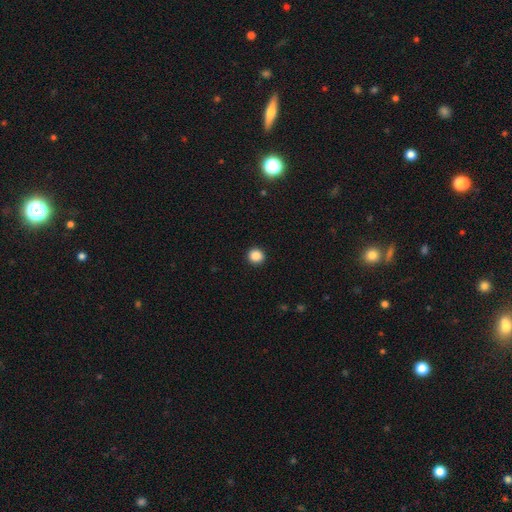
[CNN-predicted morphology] Smooth or featured: smooth — 88% (star or artifact — 10%)
How rounded: round — 92% (in between — 7%)
Merging: none — 93% (minor disturbance — 5%)